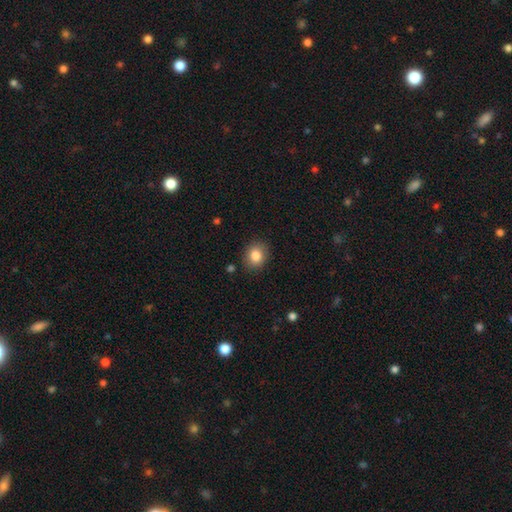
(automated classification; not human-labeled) This appears to be a smooth galaxy with no disk features (83%) that is round (65%). Merging: none (87%).